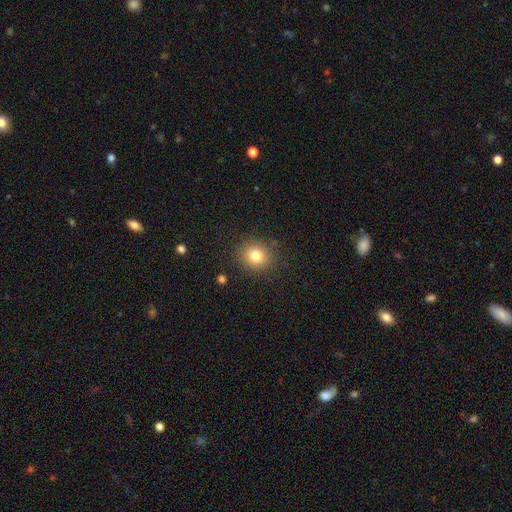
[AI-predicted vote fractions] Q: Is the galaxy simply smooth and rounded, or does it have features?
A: smooth — 79%.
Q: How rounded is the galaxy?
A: round — 81%.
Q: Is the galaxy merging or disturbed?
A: none — 87%.